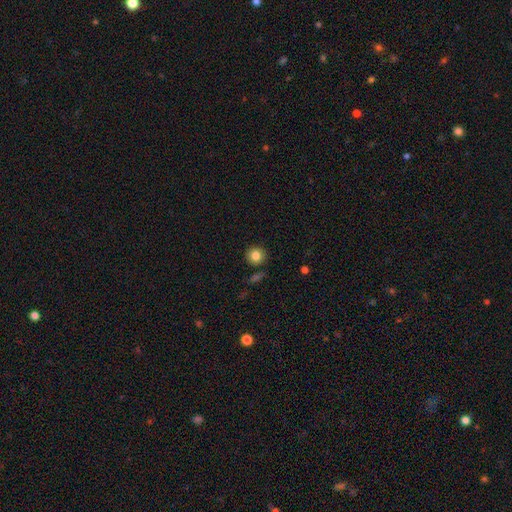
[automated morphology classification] Q: Smooth or featured?
A: smooth (82%); runner-up: star or artifact (10%)
Q: How rounded?
A: round (91%); runner-up: in between (8%)
Q: Merging?
A: none (87%); runner-up: minor disturbance (8%)